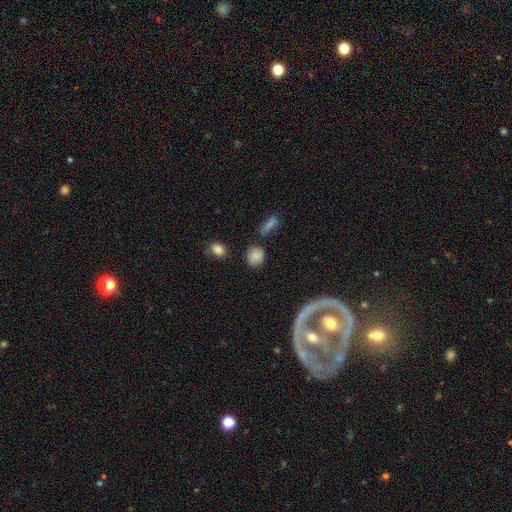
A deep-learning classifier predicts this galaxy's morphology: Smooth or featured?
  - smooth: 82% *
  - star or artifact: 11%
  - featured or disk: 8%
How rounded?
  - round: 67% *
  - in between: 31%
  - cigar-shaped: 2%
Merging?
  - none: 80% *
  - minor disturbance: 11%
  - merger: 5%
  - major disturbance: 4%